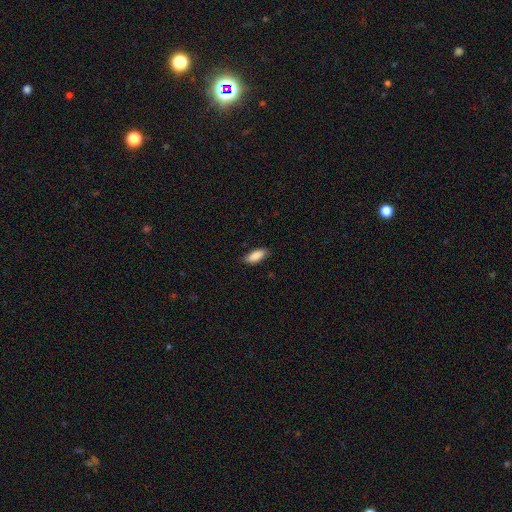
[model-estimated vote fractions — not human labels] Q: Smooth or featured?
A: smooth (87%); runner-up: featured or disk (6%)
Q: How rounded?
A: in between (80%); runner-up: cigar-shaped (18%)
Q: Merging?
A: none (84%); runner-up: minor disturbance (13%)